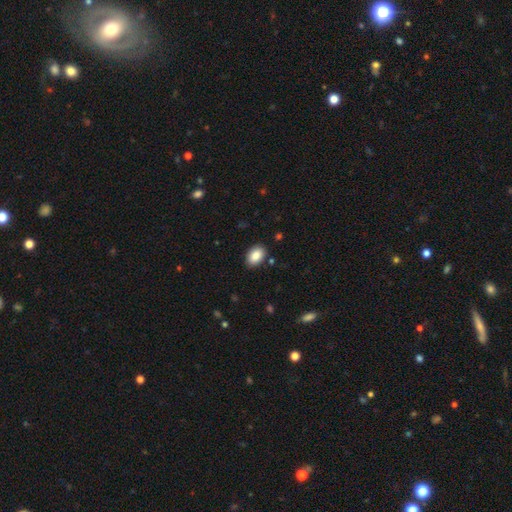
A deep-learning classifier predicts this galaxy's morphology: Smooth or featured: smooth — 87% (star or artifact — 7%)
How rounded: in between — 88% (round — 11%)
Merging: none — 88% (minor disturbance — 9%)